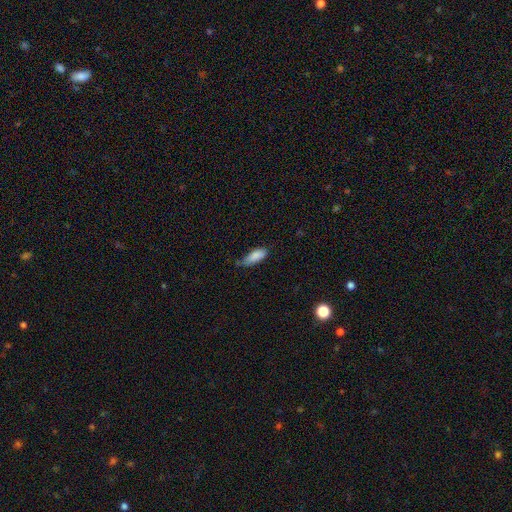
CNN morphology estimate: Smooth or featured? smooth (86%)
How rounded? in between (74%)
Merging? none (50%)